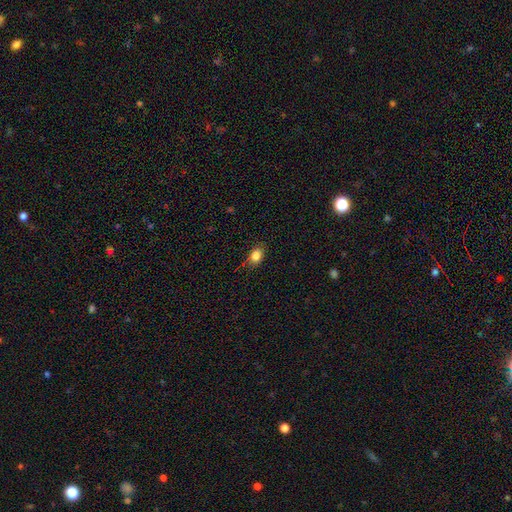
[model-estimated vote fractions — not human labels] Smooth or featured: smooth — 84% (star or artifact — 10%)
How rounded: in between — 72% (round — 26%)
Merging: none — 83% (minor disturbance — 13%)